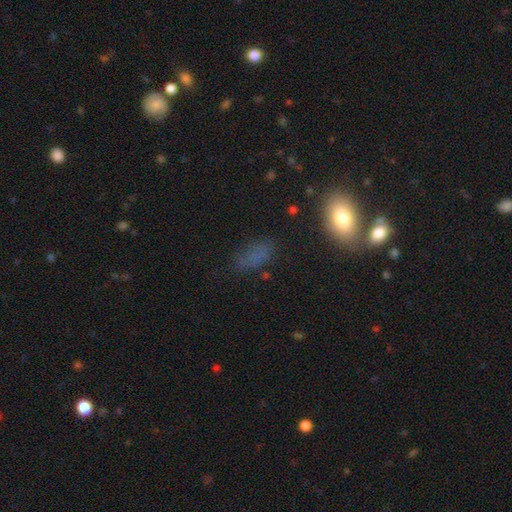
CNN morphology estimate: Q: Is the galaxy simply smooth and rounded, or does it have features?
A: smooth — 69%.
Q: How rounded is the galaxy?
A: in between — 83%.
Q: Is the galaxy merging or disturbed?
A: none — 62%.